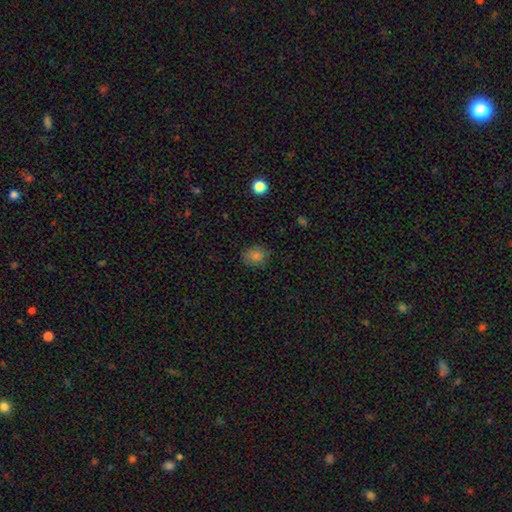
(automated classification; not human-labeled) Q: Smooth or featured?
A: smooth (80%); runner-up: star or artifact (14%)
Q: How rounded?
A: round (56%); runner-up: in between (43%)
Q: Merging?
A: none (82%); runner-up: minor disturbance (13%)